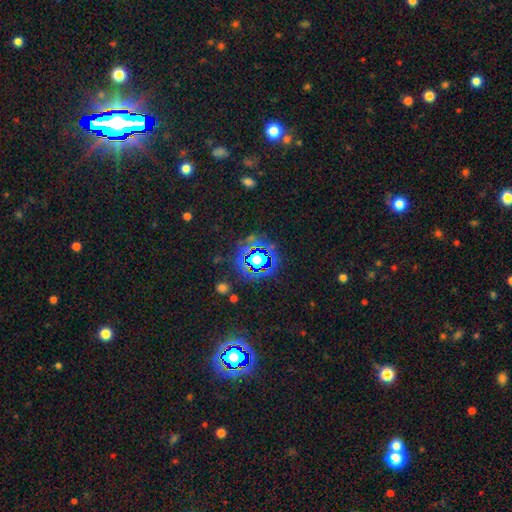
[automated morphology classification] A star or artifact, not a galaxy (63%).